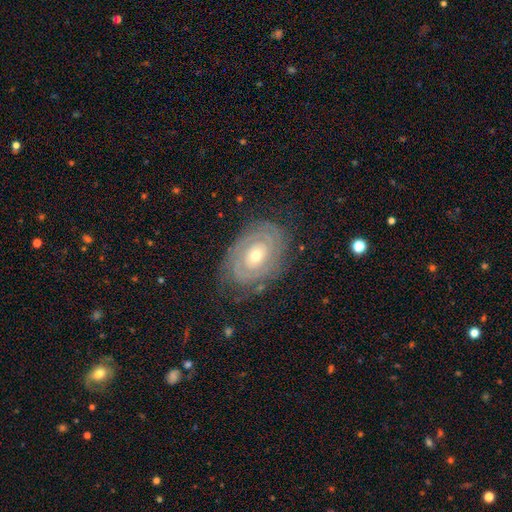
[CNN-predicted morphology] Smooth or featured? featured or disk (84%)
Edge-on disk? no (96%)
Bar? no (78%)
Spiral arms? yes (89%)
Spiral winding? tight (84%)
Spiral arm count? 2 (43%)
Bulge size? moderate (50%)
Merging? none (77%)